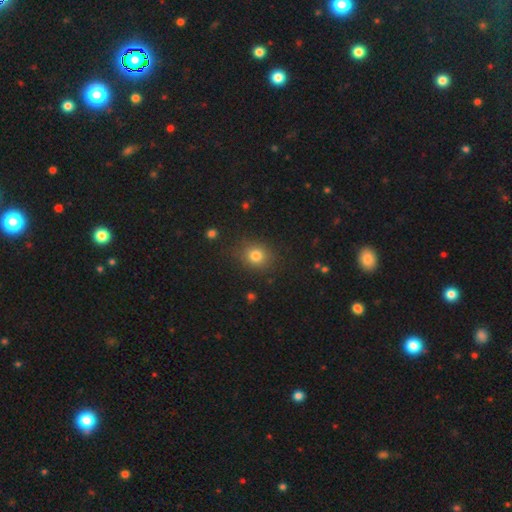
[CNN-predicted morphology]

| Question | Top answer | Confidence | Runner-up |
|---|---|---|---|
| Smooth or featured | smooth | 79% | star or artifact (14%) |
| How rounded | round | 73% | in between (26%) |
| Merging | none | 85% | minor disturbance (10%) |